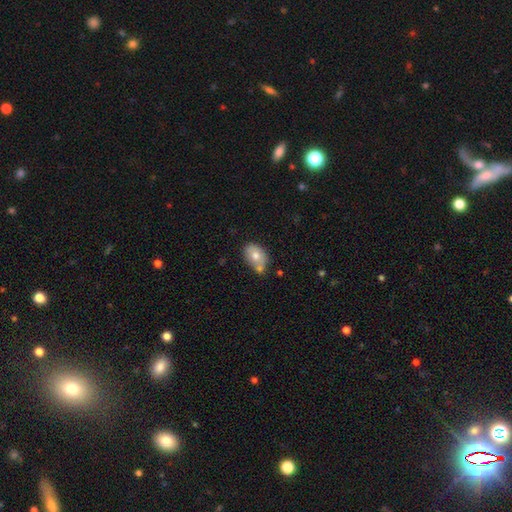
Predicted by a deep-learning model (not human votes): Overall: smooth (72%). How rounded: in between (81%). Merging: none (49%; merger 25%).